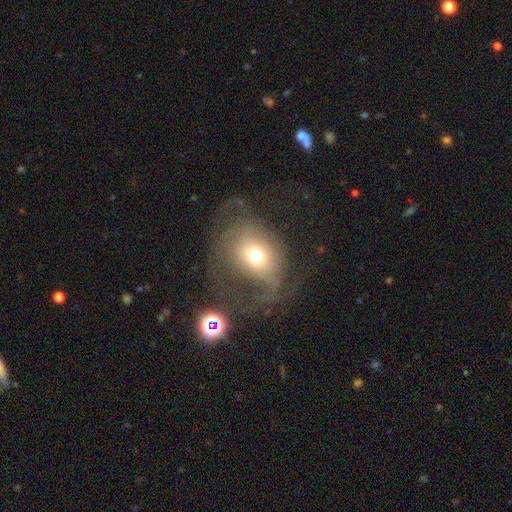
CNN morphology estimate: Smooth or featured? Predicted: smooth (p=0.46). Merging? Predicted: major disturbance (p=0.42).